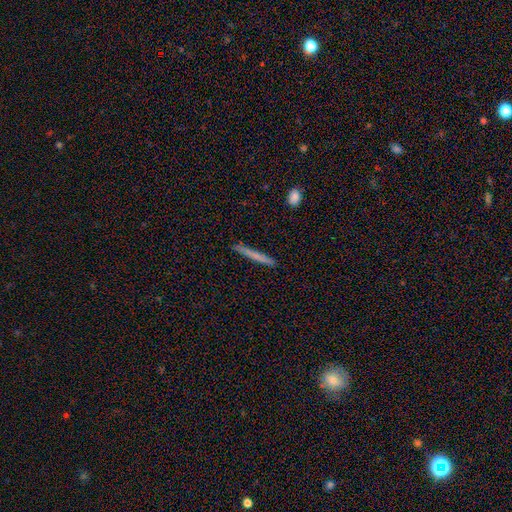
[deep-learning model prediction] Smooth or featured?
  - smooth: 65% *
  - featured or disk: 29%
  - star or artifact: 7%
How rounded?
  - cigar-shaped: 96% *
  - in between: 2%
  - round: 1%
Merging?
  - none: 89% *
  - minor disturbance: 8%
  - major disturbance: 2%
  - merger: 1%